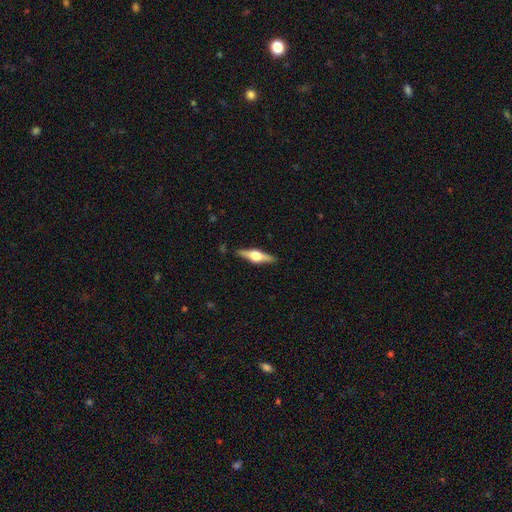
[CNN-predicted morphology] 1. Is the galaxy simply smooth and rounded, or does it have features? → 74% featured or disk, 21% smooth, 5% star or artifact.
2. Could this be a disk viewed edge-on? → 97% yes, 3% no.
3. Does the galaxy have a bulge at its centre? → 94% rounded, 4% boxy, 1% none.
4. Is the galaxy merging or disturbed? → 89% none, 8% minor disturbance, 2% major disturbance, 1% merger.